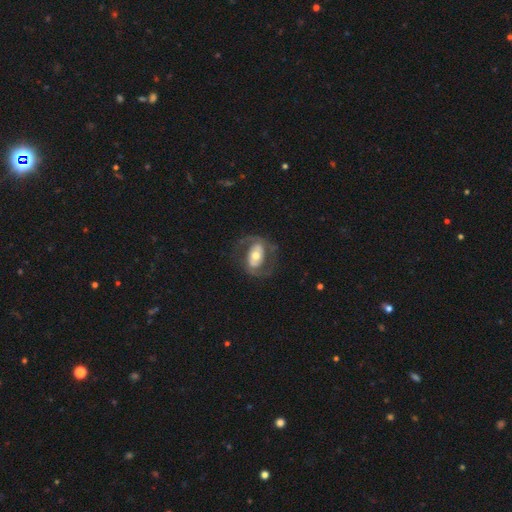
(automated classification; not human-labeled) A featured or disk galaxy (73%) with no bar (42%), 2 (87%) medium (50%) spiral arms (78%) and a moderate central bulge (65%).

Vote fractions:
- Smooth or featured? featured or disk: 73% / smooth: 22% / star or artifact: 5%
- Edge-on disk? no: 95% / yes: 5%
- Bar? no: 42% / strong: 29% / weak: 29%
- Spiral arms? yes: 78% / no: 22%
- Spiral winding? medium: 50% / loose: 29% / tight: 22%
- Spiral arm count? 2: 87% / can't tell: 7% / 1: 3% / 3: 1% / 4: 1% / more than 4: 1%
- Bulge size? moderate: 65% / small: 18% / large: 14% / dominant: 2% / none: 1%
- Merging? none: 68% / major disturbance: 16% / minor disturbance: 15% / merger: 1%